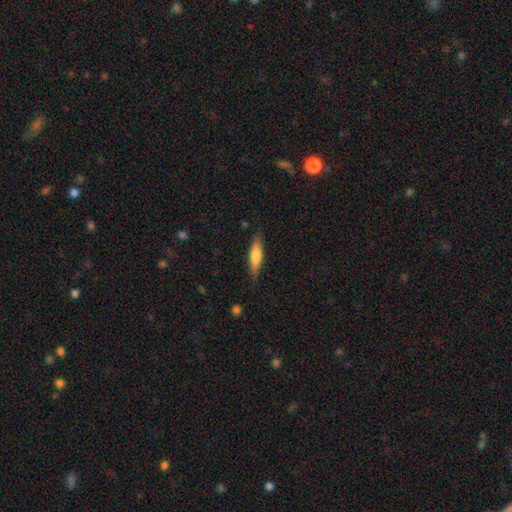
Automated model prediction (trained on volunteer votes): Smooth or featured?
  - smooth: 59% *
  - featured or disk: 35%
  - star or artifact: 6%
How rounded?
  - cigar-shaped: 70% *
  - in between: 28%
  - round: 2%
Merging?
  - none: 83% *
  - minor disturbance: 13%
  - major disturbance: 3%
  - merger: 1%